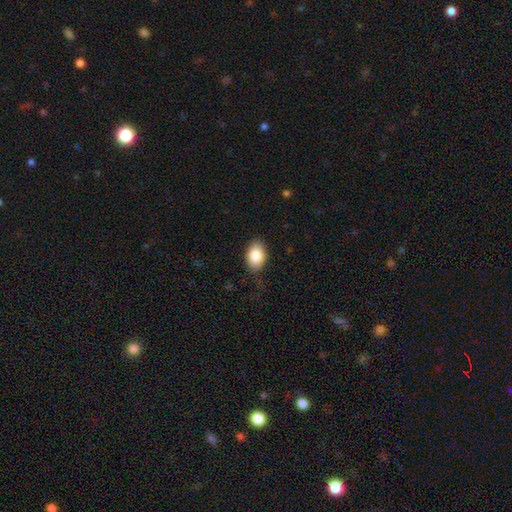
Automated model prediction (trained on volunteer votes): Overall: smooth (86%). How rounded: in between (85%). Merging: none (82%).